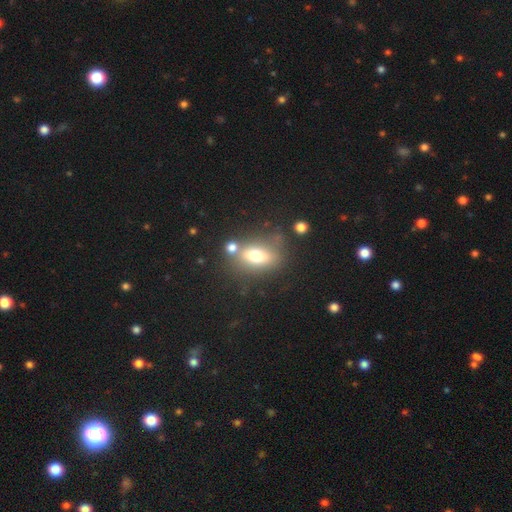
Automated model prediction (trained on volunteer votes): Morphology: type=smooth (65%); roundness=in between (74%); merging=none (59%).